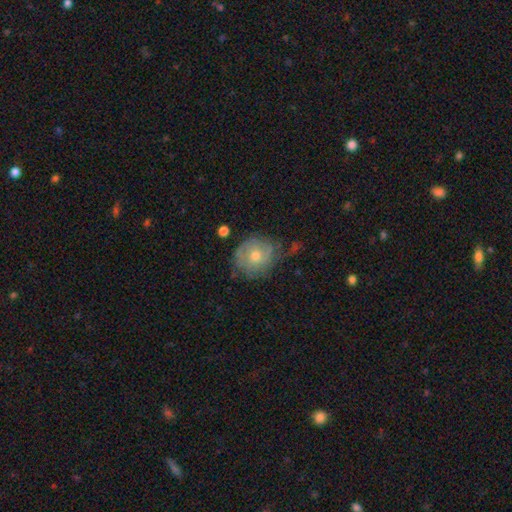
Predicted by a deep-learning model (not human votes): A smooth galaxy with no disk features (48%).

Vote fractions:
- Smooth or featured? smooth: 48% / featured or disk: 43% / star or artifact: 9%
- Merging? none: 58% / minor disturbance: 28% / major disturbance: 11% / merger: 3%